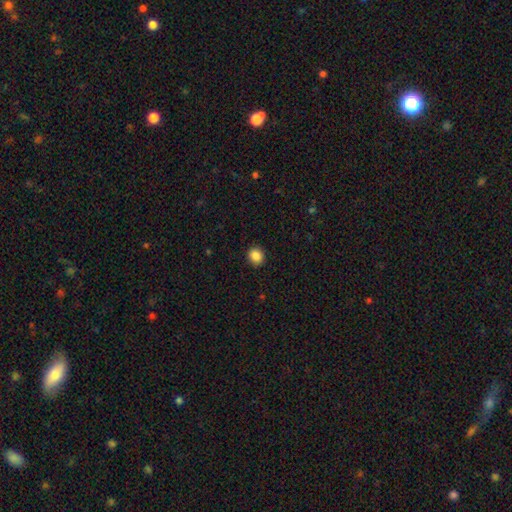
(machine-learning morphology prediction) smooth-or-featured: smooth: 87% | star or artifact: 10% | featured or disk: 3%
  how-rounded: round: 80% | in between: 19% | cigar-shaped: 1%
  merging: none: 91% | minor disturbance: 6% | major disturbance: 2% | merger: 1%